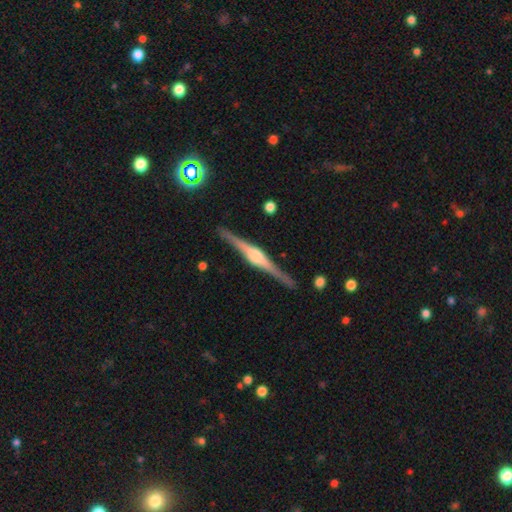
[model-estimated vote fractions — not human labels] Smooth or featured? featured or disk (85%)
Edge-on disk? yes (98%)
Edge-on bulge? rounded (81%)
Merging? none (89%)